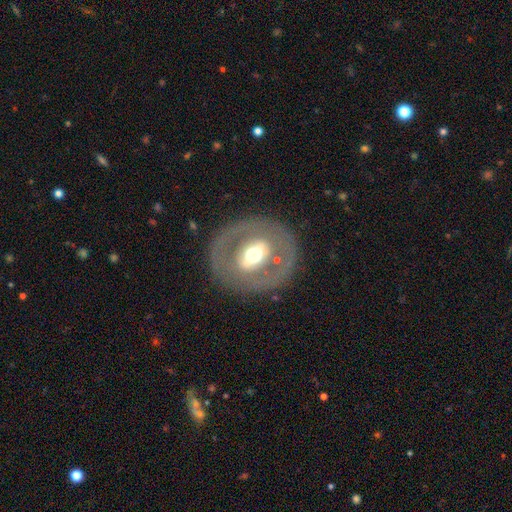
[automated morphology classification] This appears to be a featured or disk galaxy (63%) with a strong bar (36%), no spiral arms (85%) and a moderate central bulge (64%). Merging: none (82%).